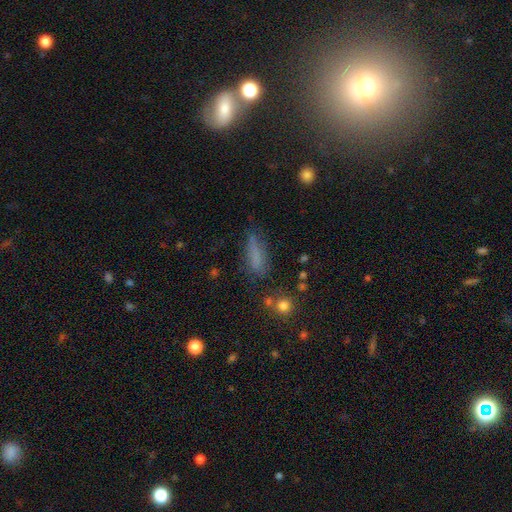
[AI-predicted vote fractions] This is likely a smooth galaxy (70%). How rounded: possibly cigar-shaped (57%). Merging: likely none (62%).